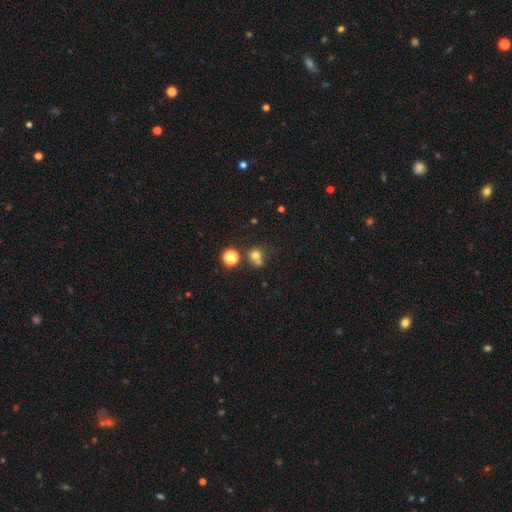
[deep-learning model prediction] Smooth or featured? Predicted: smooth (p=0.68). How rounded? Predicted: round (p=0.80). Merging? Predicted: merger (p=0.44).